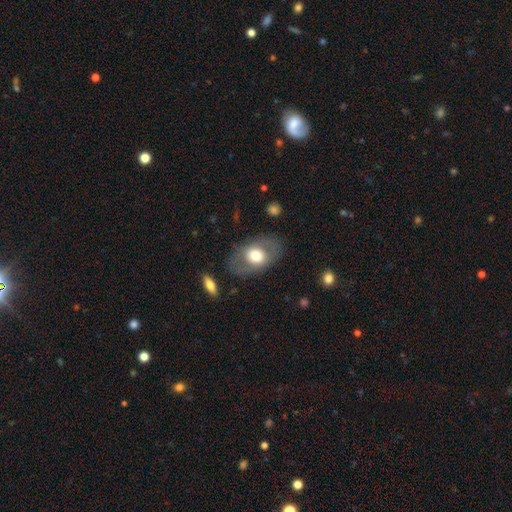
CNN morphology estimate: Overall: smooth (59%; featured or disk 34%). How rounded: in between (77%). Merging: none (77%).